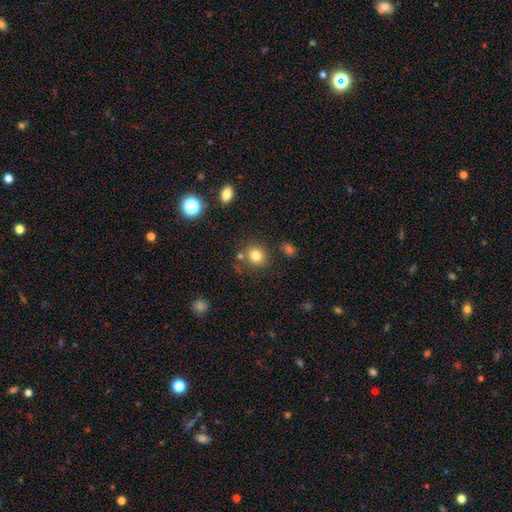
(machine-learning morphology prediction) This appears to be a smooth galaxy with no disk features (81%) that is round (85%). Merging: none (78%).